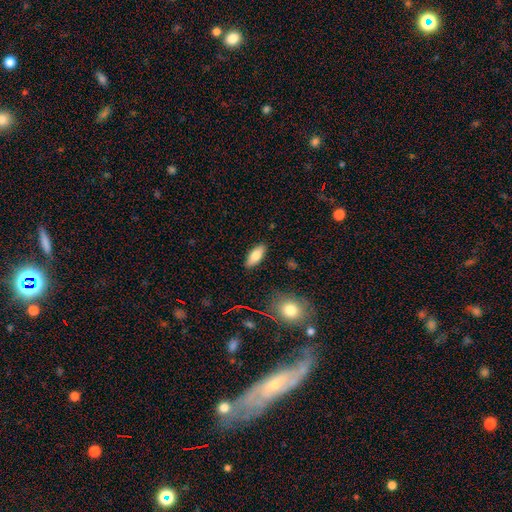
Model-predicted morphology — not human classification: This is likely a smooth galaxy (77%). How rounded: likely in between (78%). Merging: clearly none (88%).